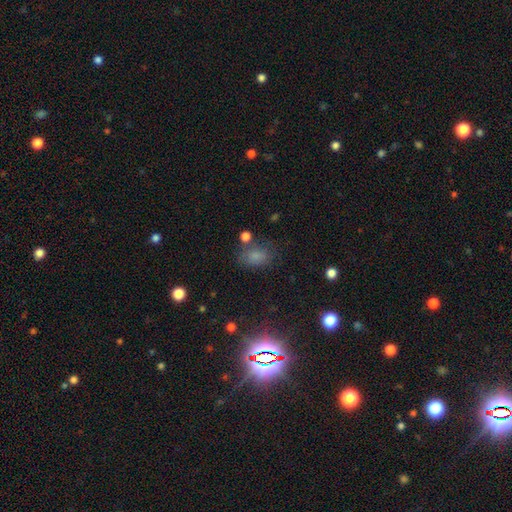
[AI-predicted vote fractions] Smooth or featured: smooth — 74% (star or artifact — 18%)
How rounded: in between — 76% (round — 22%)
Merging: none — 67% (minor disturbance — 18%)